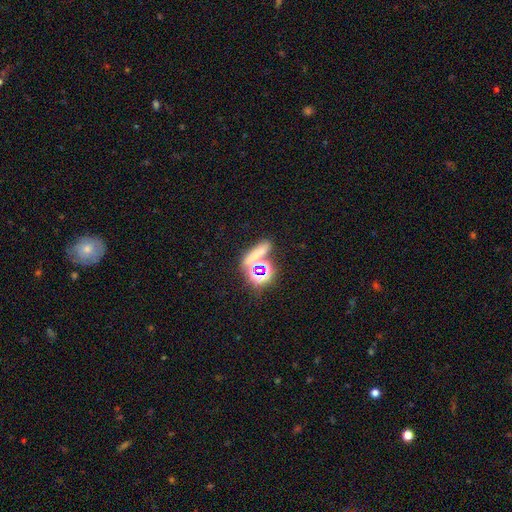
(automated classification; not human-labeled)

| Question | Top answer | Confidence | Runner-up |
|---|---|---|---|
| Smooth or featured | smooth | 48% | star or artifact (39%) |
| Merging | none | 64% | merger (19%) |